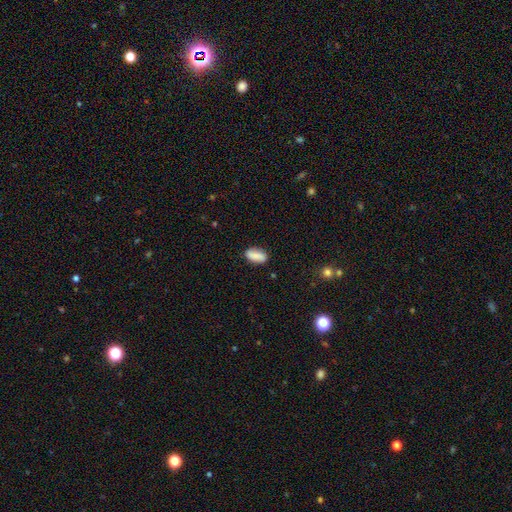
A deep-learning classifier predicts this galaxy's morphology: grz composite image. It shows a smooth galaxy with no disk features (83%) that is in between round and cigar-shaped (86%). Merging: none (82%).